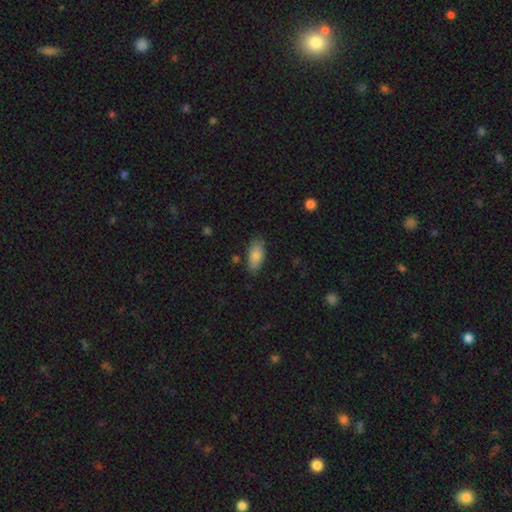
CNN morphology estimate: Smooth or featured?
  - smooth: 82% *
  - featured or disk: 11%
  - star or artifact: 6%
How rounded?
  - in between: 87% *
  - cigar-shaped: 10%
  - round: 2%
Merging?
  - none: 82% *
  - minor disturbance: 13%
  - major disturbance: 3%
  - merger: 2%